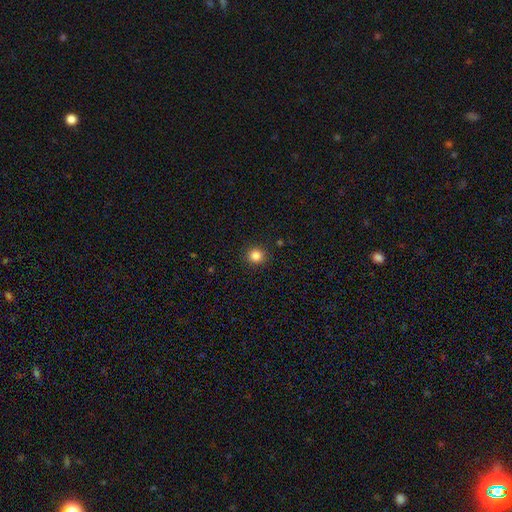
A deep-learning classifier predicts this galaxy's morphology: smooth_or_featured: smooth (p=0.85) [alt: star or artifact p=0.12]
how_rounded: round (p=0.91) [alt: in between p=0.08]
merging: none (p=0.92) [alt: minor disturbance p=0.05]